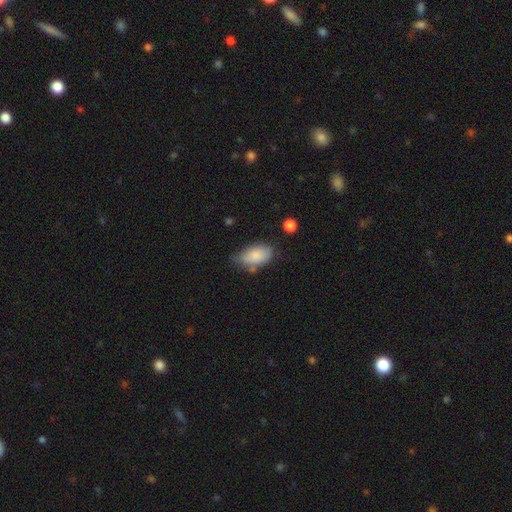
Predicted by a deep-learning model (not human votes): The model was most divided on "merging": none: 58%, minor disturbance: 30%, major disturbance: 7%, merger: 5%. More confident: how rounded — in between (93%); smooth or featured — smooth (84%).